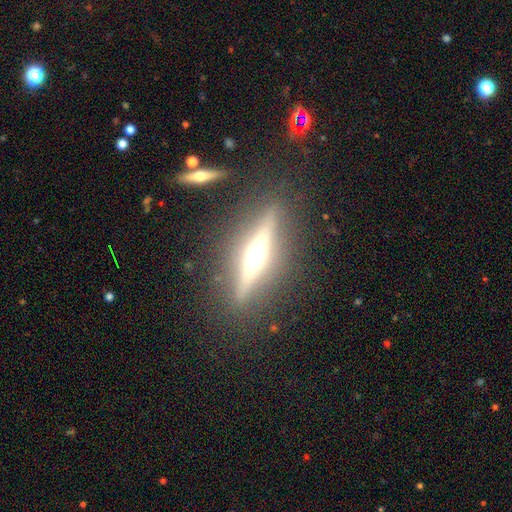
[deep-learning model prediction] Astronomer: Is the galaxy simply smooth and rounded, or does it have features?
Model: featured or disk — 78%.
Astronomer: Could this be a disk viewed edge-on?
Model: yes — 96%.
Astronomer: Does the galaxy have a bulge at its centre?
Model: rounded — 91%.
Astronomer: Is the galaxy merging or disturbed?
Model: none — 86%.